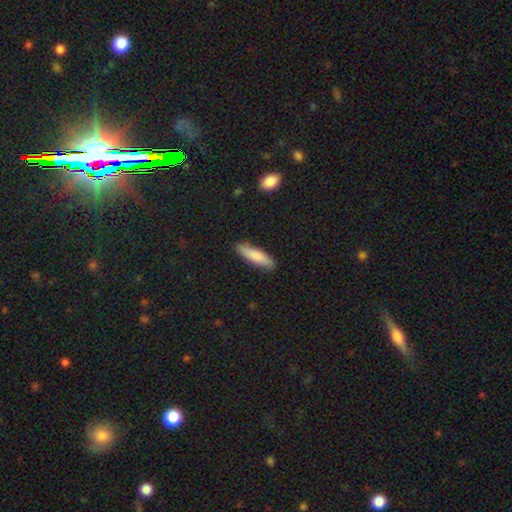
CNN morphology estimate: A smooth galaxy with no disk features (82%) that is cigar-shaped (72%). Merging: none (89%).